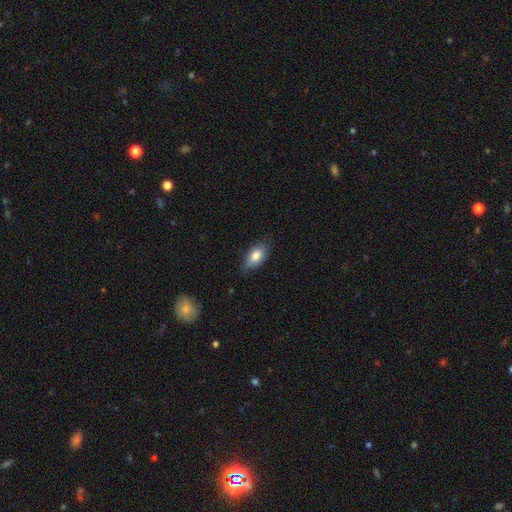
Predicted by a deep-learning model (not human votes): Smooth or featured? smooth (80%)
How rounded? in between (89%)
Merging? none (76%)